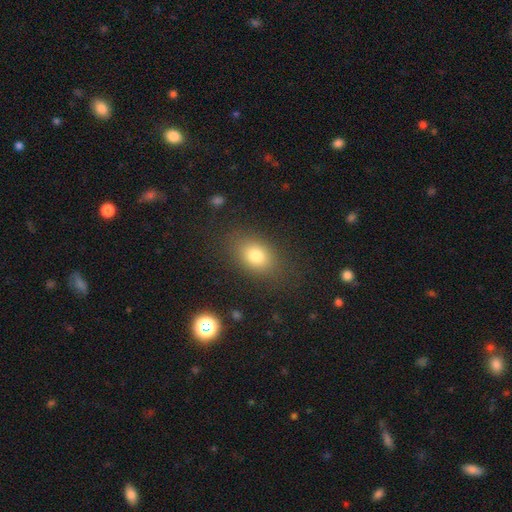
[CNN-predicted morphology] Smooth or featured?
  - smooth: 77% *
  - star or artifact: 12%
  - featured or disk: 11%
How rounded?
  - in between: 73% *
  - round: 25%
  - cigar-shaped: 2%
Merging?
  - none: 81% *
  - minor disturbance: 12%
  - major disturbance: 5%
  - merger: 2%